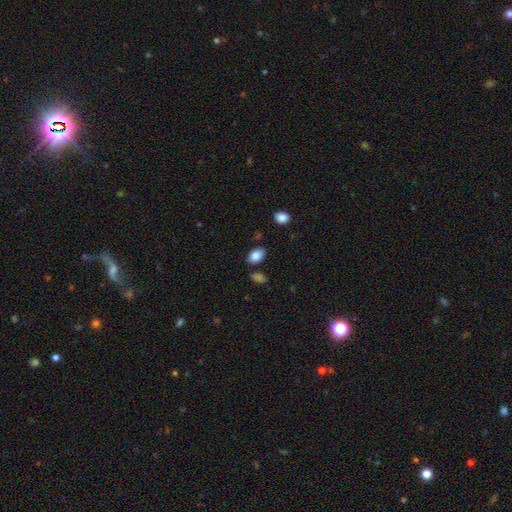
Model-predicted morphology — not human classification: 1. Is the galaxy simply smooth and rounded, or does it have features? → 86% smooth, 8% star or artifact, 6% featured or disk.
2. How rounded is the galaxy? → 87% in between, 11% round, 1% cigar-shaped.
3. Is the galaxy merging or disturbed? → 81% none, 11% minor disturbance, 5% merger, 3% major disturbance.